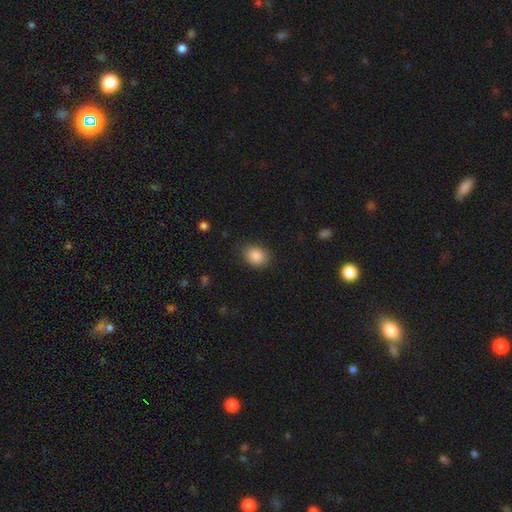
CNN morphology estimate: A smooth galaxy with no disk features (87%) that is in between round and cigar-shaped (53%). Merging: none (82%).